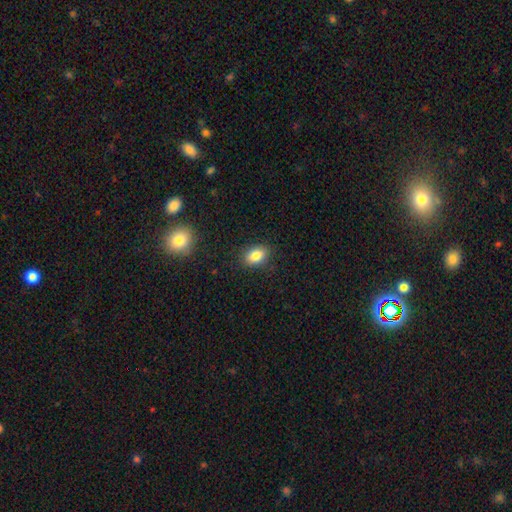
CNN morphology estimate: Smooth or featured?
  - smooth: 83% *
  - star or artifact: 9%
  - featured or disk: 8%
How rounded?
  - in between: 83% *
  - round: 15%
  - cigar-shaped: 2%
Merging?
  - none: 87% *
  - minor disturbance: 9%
  - major disturbance: 2%
  - merger: 1%